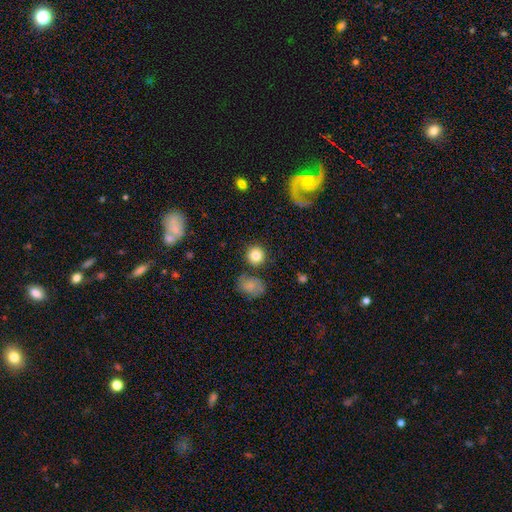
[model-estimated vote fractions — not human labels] A smooth galaxy with no disk features (84%) that is round (90%).

Vote fractions:
- Smooth or featured? smooth: 84% / star or artifact: 9% / featured or disk: 7%
- How rounded? round: 90% / in between: 9% / cigar-shaped: 1%
- Merging? none: 81% / minor disturbance: 9% / merger: 7% / major disturbance: 3%